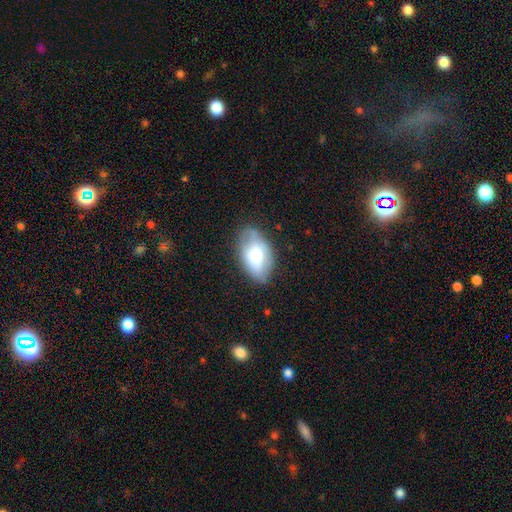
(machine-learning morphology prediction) A smooth galaxy with no disk features (63%) that is in between round and cigar-shaped (91%).

Vote fractions:
- Smooth or featured? smooth: 63% / featured or disk: 30% / star or artifact: 7%
- How rounded? in between: 91% / round: 6% / cigar-shaped: 2%
- Merging? none: 65% / minor disturbance: 26% / major disturbance: 7% / merger: 2%